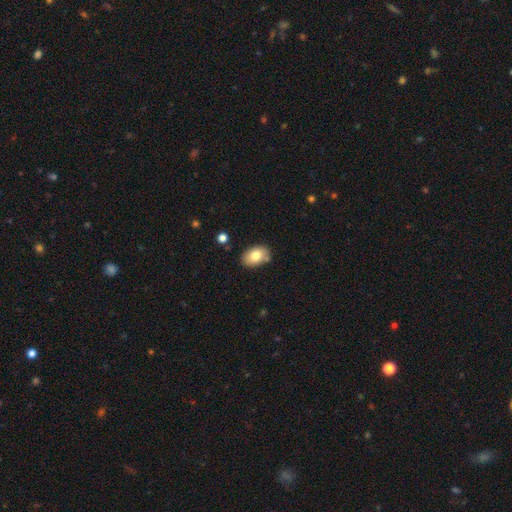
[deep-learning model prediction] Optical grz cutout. It shows a smooth galaxy with no disk features (80%) that is in between round and cigar-shaped (85%). Merging: none (78%).